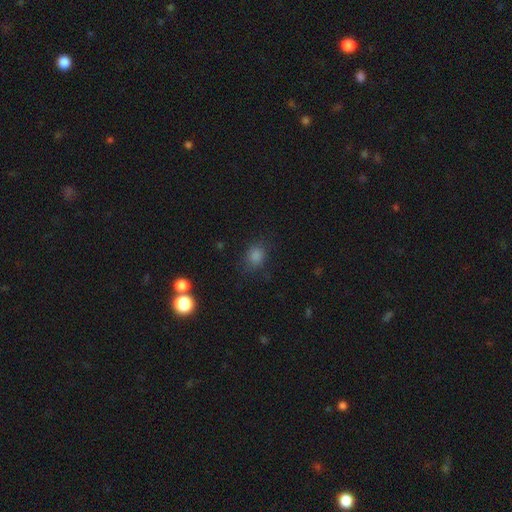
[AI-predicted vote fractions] smooth 78%, star or artifact 17%, featured or disk 5%. Down the decision tree: how rounded — round (59%); merging — none (77%).